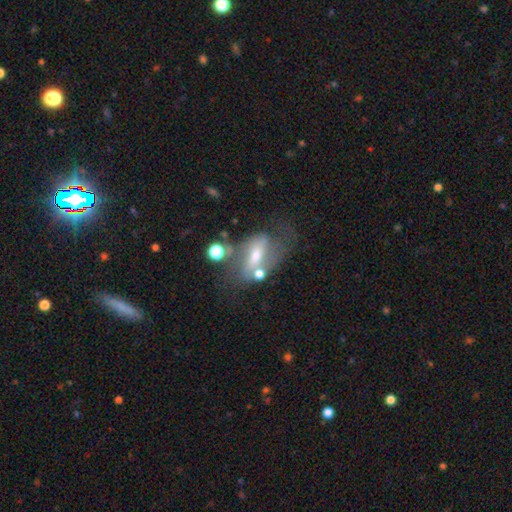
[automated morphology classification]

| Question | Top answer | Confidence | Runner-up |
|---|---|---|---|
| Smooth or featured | featured or disk | 47% | smooth (41%) |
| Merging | none | 32% | major disturbance (29%) |